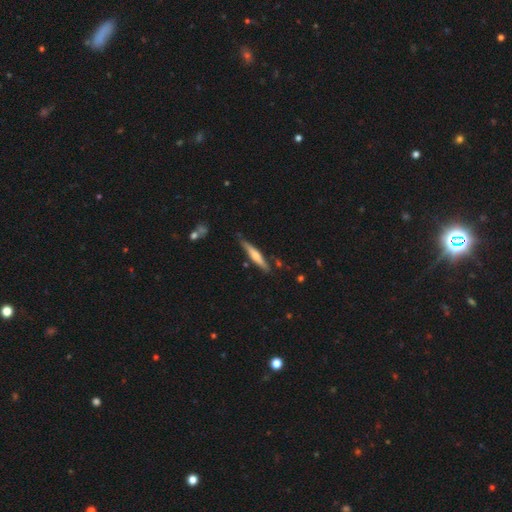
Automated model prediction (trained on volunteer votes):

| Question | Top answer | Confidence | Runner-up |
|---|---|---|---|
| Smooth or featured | featured or disk | 51% | smooth (44%) |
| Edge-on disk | yes | 95% | no (5%) |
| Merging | none | 79% | minor disturbance (15%) |